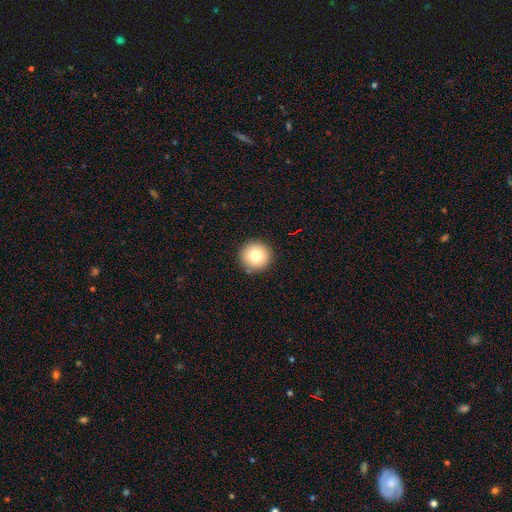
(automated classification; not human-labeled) Morphology: type=smooth (79%); roundness=round (96%); merging=none (91%).